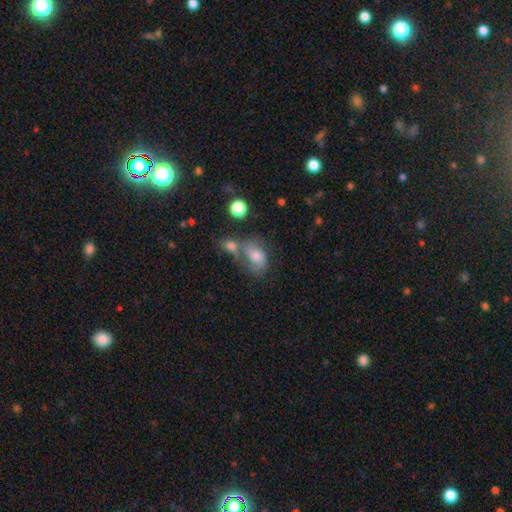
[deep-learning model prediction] smooth 59%, featured or disk 28%, star or artifact 13%. Down the decision tree: how rounded — in between (77%); merging — merger (40%).